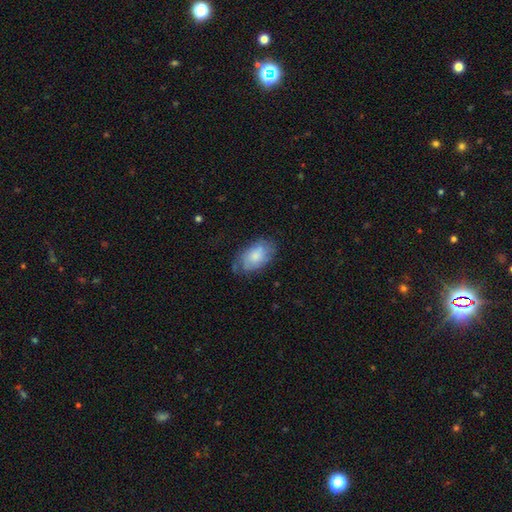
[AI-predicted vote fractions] smooth 60%, featured or disk 33%, star or artifact 7%. Down the decision tree: how rounded — in between (92%); merging — none (62%).